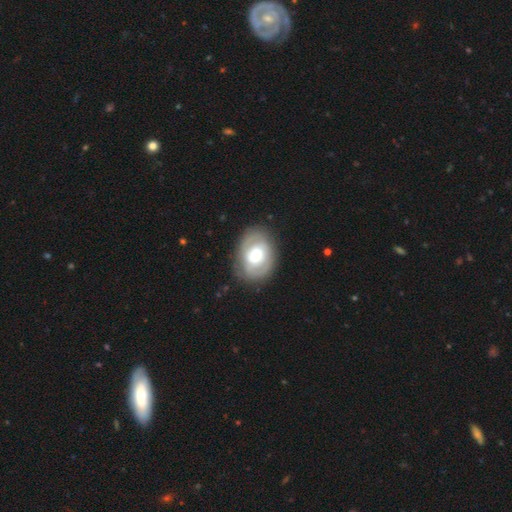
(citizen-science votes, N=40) Q: Smooth or featured?
A: featured or disk (72%); runner-up: smooth (22%)
Q: Edge-on disk?
A: no (100%)
Q: Bar?
A: no (48%); runner-up: weak (34%)
Q: Spiral arms?
A: yes (83%); runner-up: no (17%)
Q: Spiral winding?
A: medium (54%); runner-up: tight (42%)
Q: Spiral arm count?
A: 2 (62%); runner-up: can't tell (21%)
Q: Bulge size?
A: moderate (66%); runner-up: small (24%)
Q: Merging?
A: none (89%); runner-up: minor disturbance (5%)